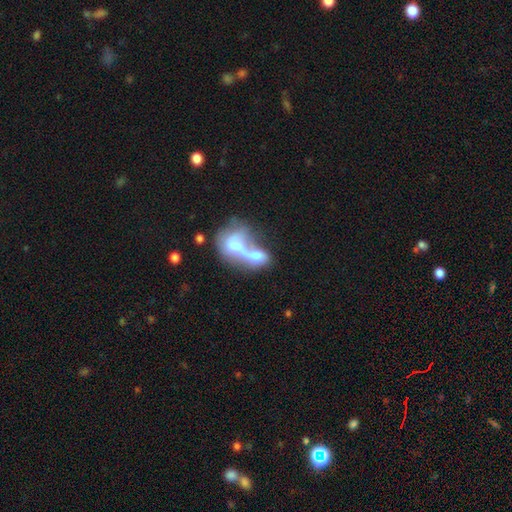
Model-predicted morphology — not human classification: A smooth galaxy with no disk features (59%) that is in between round and cigar-shaped (67%).

Vote fractions:
- Smooth or featured? smooth: 59% / featured or disk: 33% / star or artifact: 8%
- How rounded? in between: 67% / round: 28% / cigar-shaped: 5%
- Merging? merger: 74% / major disturbance: 12% / none: 9% / minor disturbance: 5%